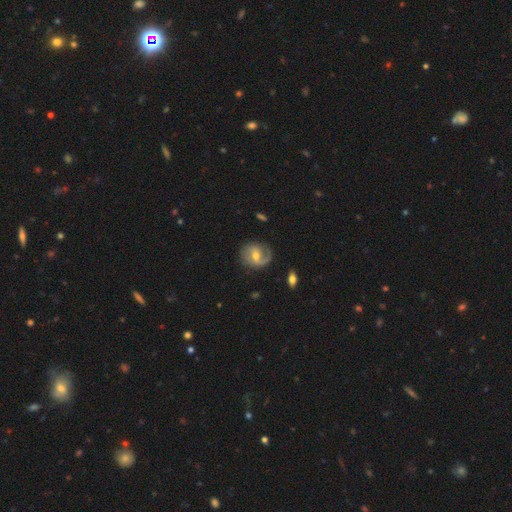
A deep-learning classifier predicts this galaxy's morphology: A featured or disk galaxy (75%) with a weak bar (51%), 2 (53%) medium (43%) spiral arms (91%) and a moderate central bulge (59%). Merging: none (69%).